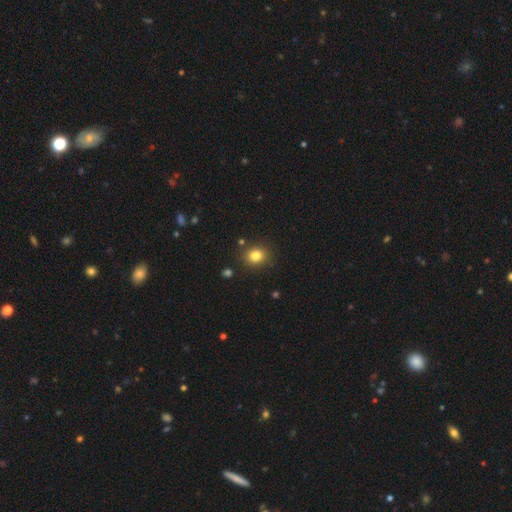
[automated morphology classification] This is clearly a smooth galaxy (82%). How rounded: likely round (69%). Merging: clearly none (86%).